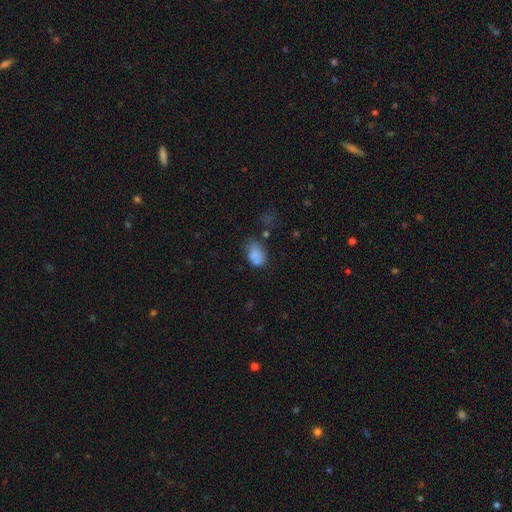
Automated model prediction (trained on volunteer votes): This appears to be a smooth galaxy with no disk features (78%) that is in between round and cigar-shaped (76%). Merging: none (47%).